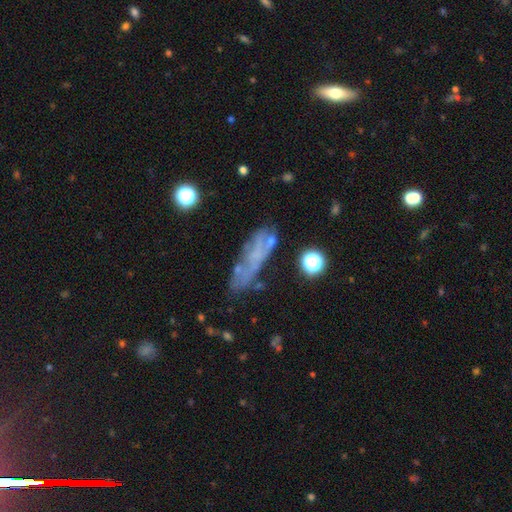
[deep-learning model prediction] Morphology: type=featured or disk (44%); merging=none (51%).